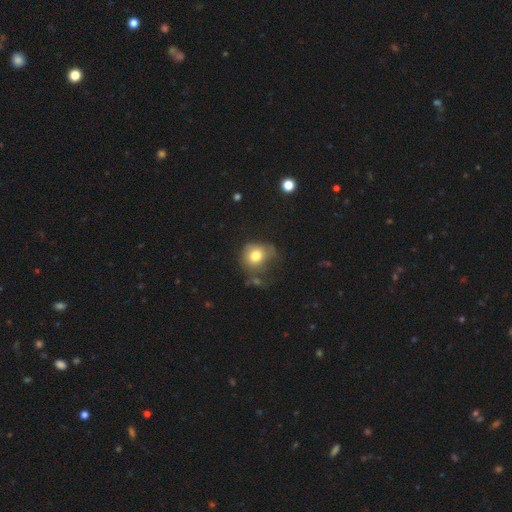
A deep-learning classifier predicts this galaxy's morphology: smooth 73%, featured or disk 16%, star or artifact 10%. Down the decision tree: how rounded — round (74%); merging — none (42%).